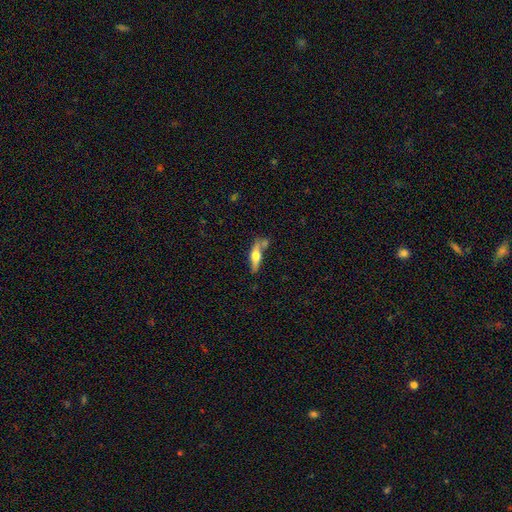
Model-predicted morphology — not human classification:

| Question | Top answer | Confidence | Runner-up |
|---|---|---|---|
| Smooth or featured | featured or disk | 51% | smooth (43%) |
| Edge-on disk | yes | 86% | no (14%) |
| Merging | none | 60% | minor disturbance (19%) |